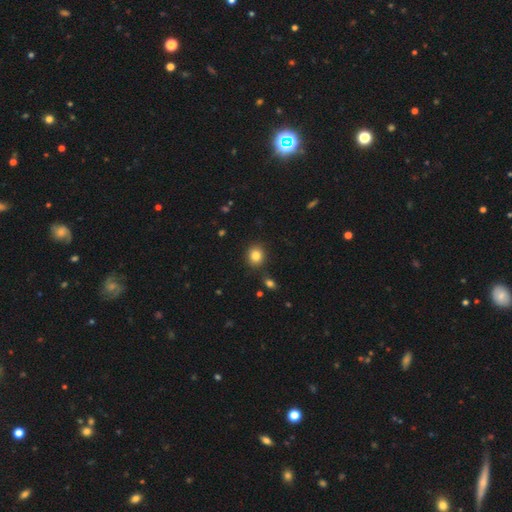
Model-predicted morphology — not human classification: smooth_or_featured: smooth (p=0.84) [alt: star or artifact p=0.10]
how_rounded: round (p=0.78) [alt: in between p=0.21]
merging: none (p=0.87) [alt: minor disturbance p=0.08]